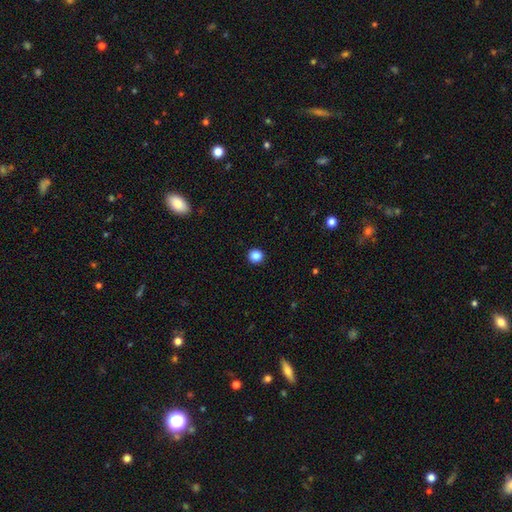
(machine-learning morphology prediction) This is clearly a smooth galaxy (86%). How rounded: clearly round (93%). Merging: clearly none (94%).